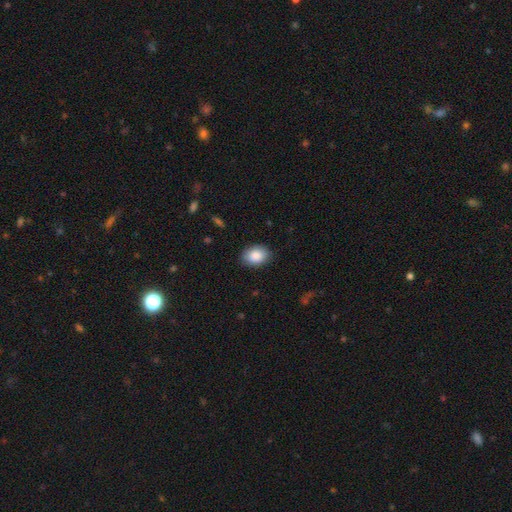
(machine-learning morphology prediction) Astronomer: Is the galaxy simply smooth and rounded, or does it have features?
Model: smooth — 87%.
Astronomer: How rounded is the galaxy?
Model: in between — 75%.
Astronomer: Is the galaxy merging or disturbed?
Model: none — 84%.